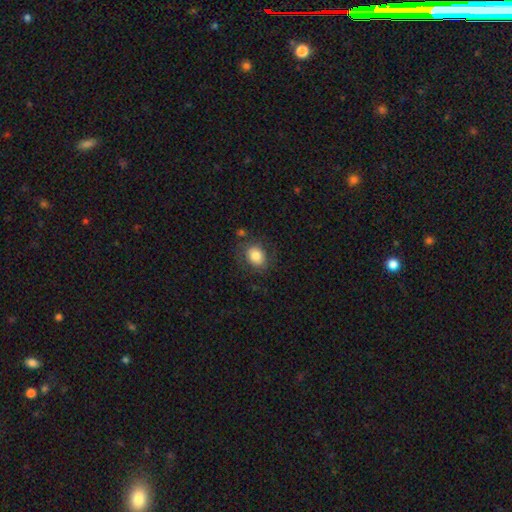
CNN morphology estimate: A smooth galaxy with no disk features (80%) that is in between round and cigar-shaped (51%). Merging: none (75%).